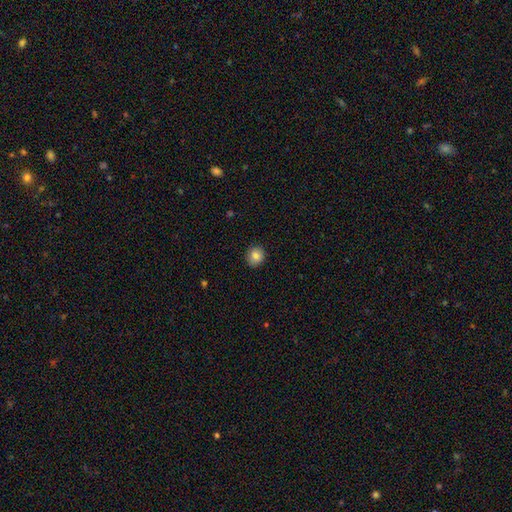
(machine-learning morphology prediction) smooth 84%, star or artifact 9%, featured or disk 7%. Down the decision tree: how rounded — round (85%); merging — none (90%).